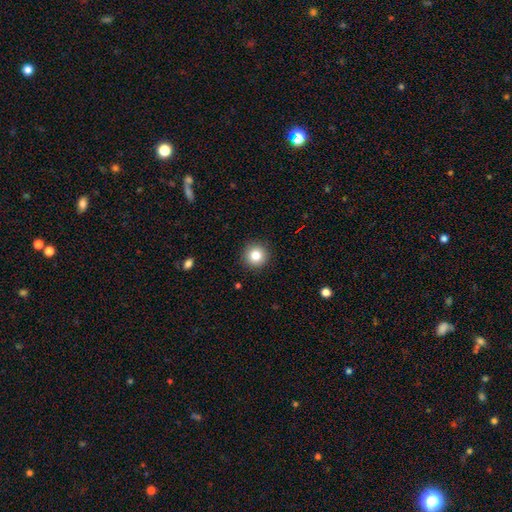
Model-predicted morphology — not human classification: Overall: smooth (83%). How rounded: round (95%). Merging: none (92%).